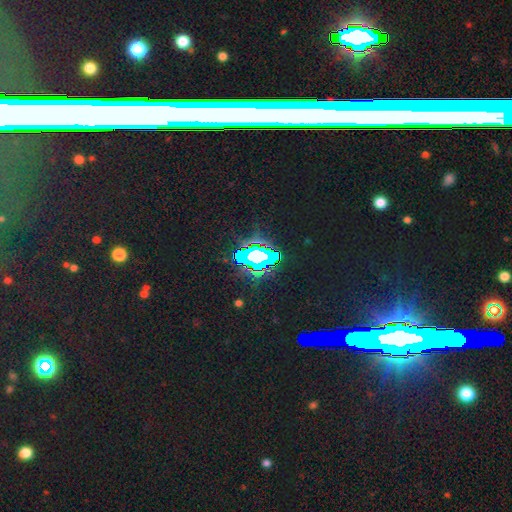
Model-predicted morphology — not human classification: Overall: star or artifact (71%).